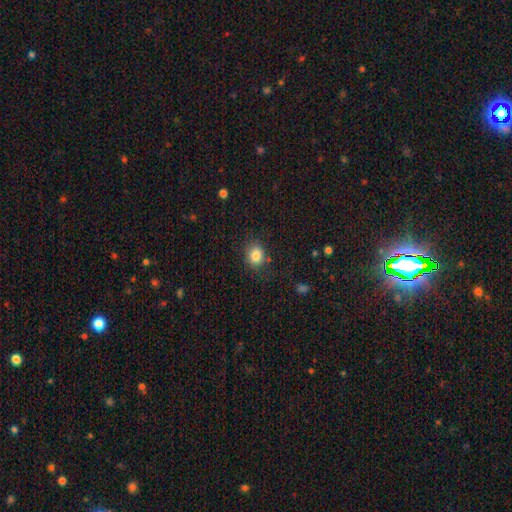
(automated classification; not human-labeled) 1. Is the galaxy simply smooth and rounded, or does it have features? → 83% smooth, 10% star or artifact, 6% featured or disk.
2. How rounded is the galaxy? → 65% round, 34% in between, 1% cigar-shaped.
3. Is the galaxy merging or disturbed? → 79% none, 14% minor disturbance, 4% major disturbance, 3% merger.